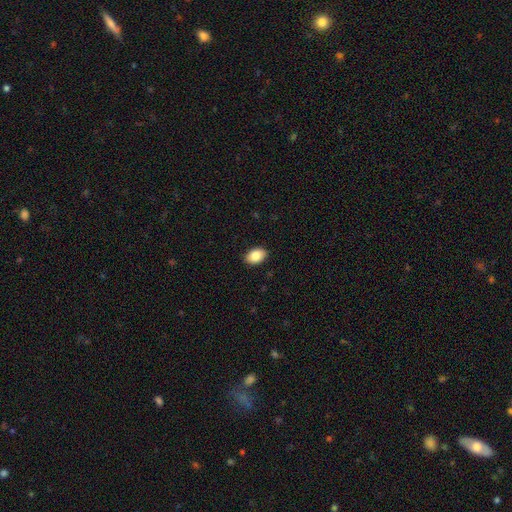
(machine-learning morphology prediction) A smooth galaxy with no disk features (86%) that is in between round and cigar-shaped (86%). Merging: none (90%).